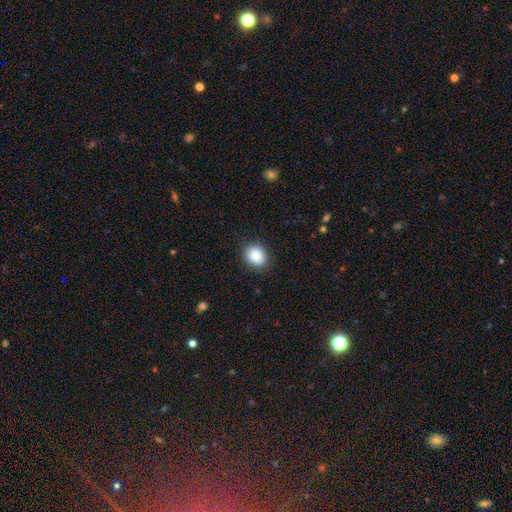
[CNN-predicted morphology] The model was most divided on "how rounded": round: 61%, in between: 38%, cigar-shaped: 1%. More confident: merging — none (87%); smooth or featured — smooth (85%).